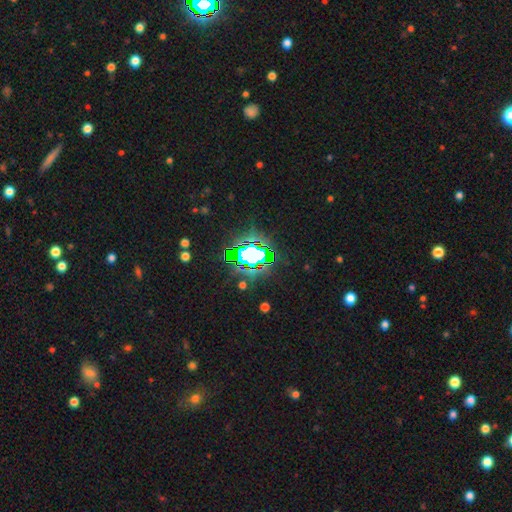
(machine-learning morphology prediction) star or artifact 72%, smooth 16%, featured or disk 12%.